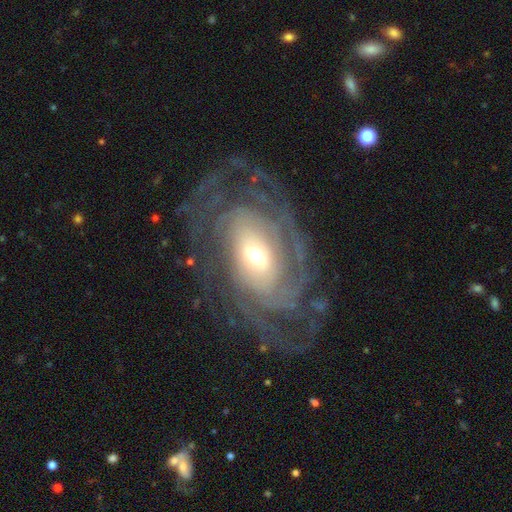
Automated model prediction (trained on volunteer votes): This appears to be a featured or disk galaxy (88%) with no bar (54%), tight (69%) spiral arms (95%) and a moderate central bulge (45%). Merging: none (71%).